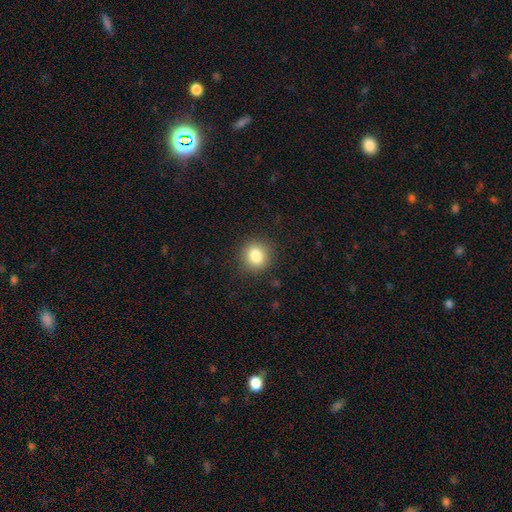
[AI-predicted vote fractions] Smooth or featured: smooth — 83% (star or artifact — 11%)
How rounded: round — 82% (in between — 17%)
Merging: none — 89% (minor disturbance — 8%)